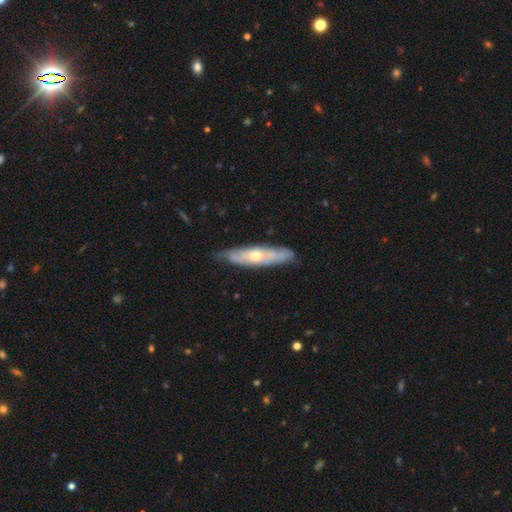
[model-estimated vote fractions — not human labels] Smooth or featured? featured or disk (58%)
Edge-on disk? yes (53%)
Merging? none (74%)